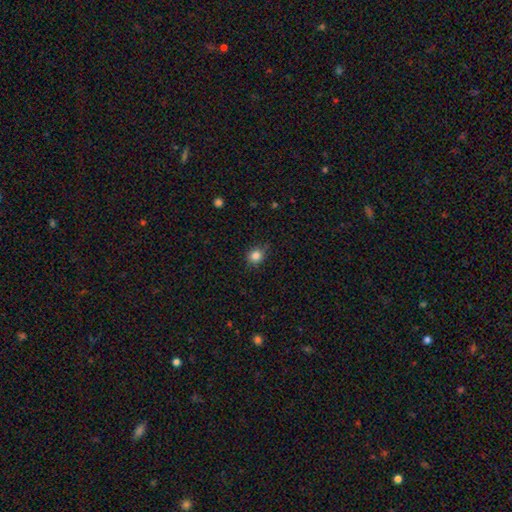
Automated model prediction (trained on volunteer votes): Overall: smooth (84%). How rounded: round (80%). Merging: none (81%).